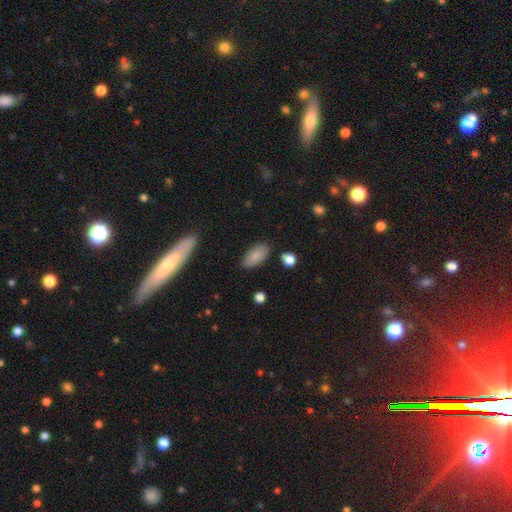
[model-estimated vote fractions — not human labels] Q: Smooth or featured?
A: smooth (85%); runner-up: featured or disk (8%)
Q: How rounded?
A: in between (92%); runner-up: cigar-shaped (5%)
Q: Merging?
A: none (84%); runner-up: minor disturbance (11%)